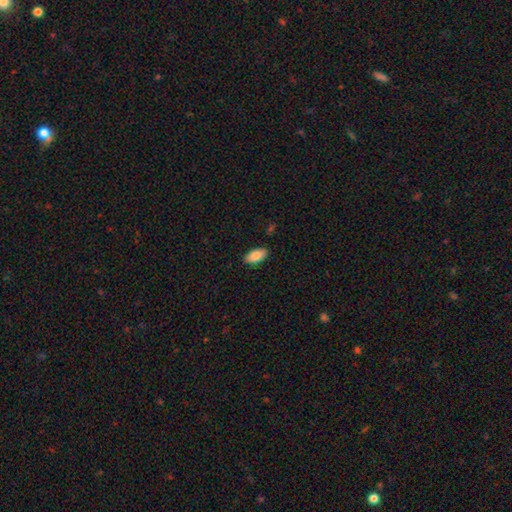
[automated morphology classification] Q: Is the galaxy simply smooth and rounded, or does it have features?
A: smooth — 84%.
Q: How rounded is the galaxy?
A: in between — 94%.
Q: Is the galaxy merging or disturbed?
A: none — 88%.